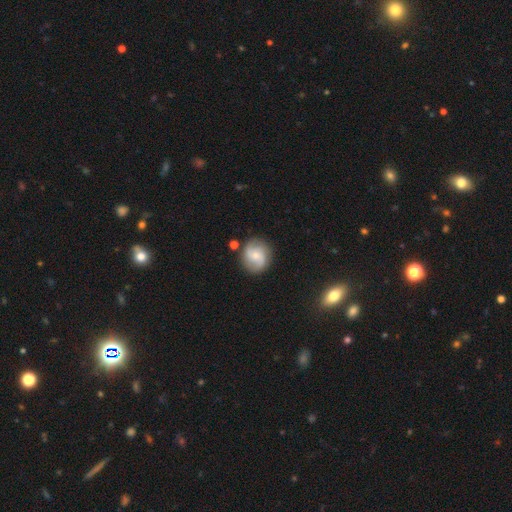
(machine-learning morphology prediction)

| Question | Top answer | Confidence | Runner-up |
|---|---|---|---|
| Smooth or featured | featured or disk | 64% | smooth (29%) |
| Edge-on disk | no | 97% | yes (3%) |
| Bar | no | 63% | weak (31%) |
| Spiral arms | yes | 91% | no (9%) |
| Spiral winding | medium | 46% | loose (29%) |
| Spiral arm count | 2 | 69% | 3 (13%) |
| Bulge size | small | 58% | moderate (35%) |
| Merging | none | 80% | minor disturbance (12%) |